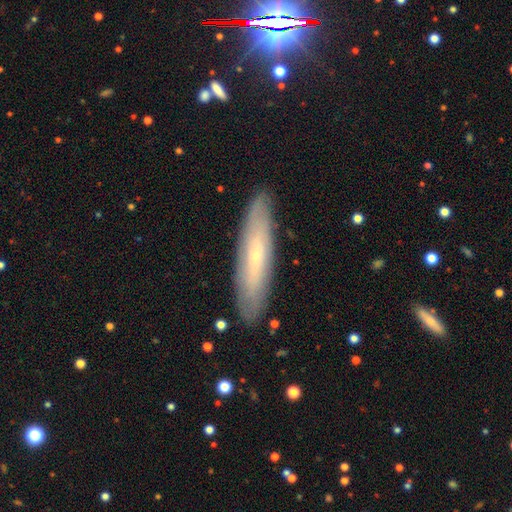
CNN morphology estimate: This is possibly a featured or disk galaxy (49%). Merging: clearly none (88%).